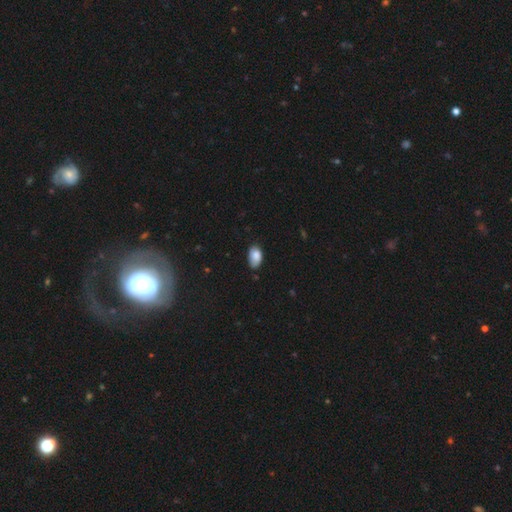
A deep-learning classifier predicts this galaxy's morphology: Q: Smooth or featured?
A: smooth (84%); runner-up: featured or disk (8%)
Q: How rounded?
A: in between (93%); runner-up: round (6%)
Q: Merging?
A: none (66%); runner-up: minor disturbance (28%)